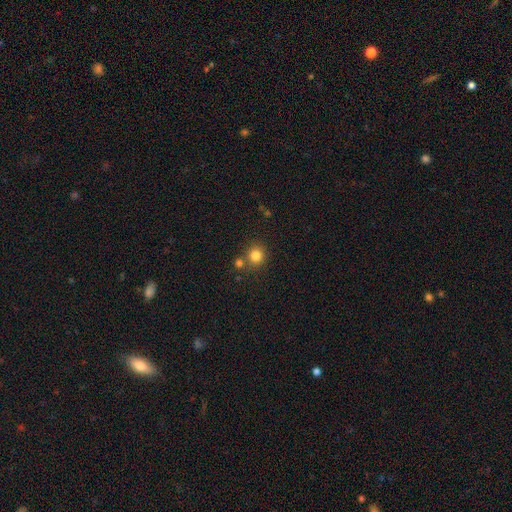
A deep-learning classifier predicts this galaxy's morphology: smooth 81%, star or artifact 13%, featured or disk 6%. Down the decision tree: how rounded — round (89%); merging — none (72%).